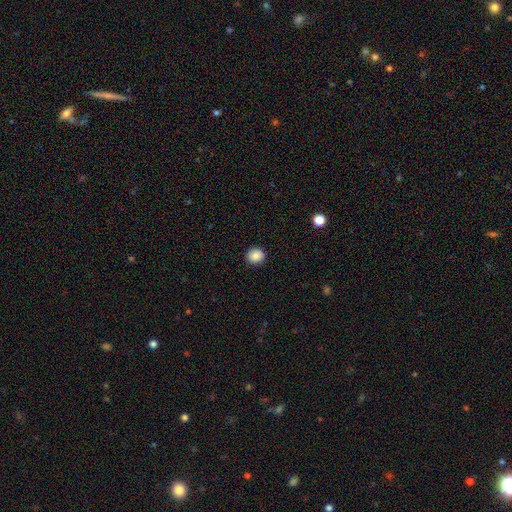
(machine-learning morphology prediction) This appears to be a smooth galaxy with no disk features (87%) that is round (82%). Merging: none (90%).